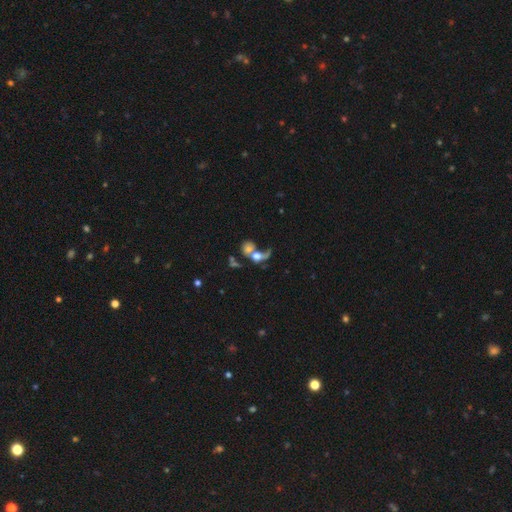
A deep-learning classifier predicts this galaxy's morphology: Smooth or featured? Predicted: smooth (p=0.45). Merging? Predicted: merger (p=0.60).